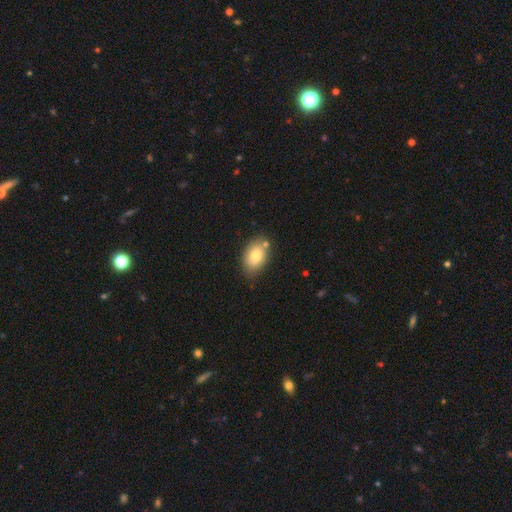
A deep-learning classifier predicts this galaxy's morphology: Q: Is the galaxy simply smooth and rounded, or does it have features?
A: smooth — 79%.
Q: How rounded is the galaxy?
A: in between — 85%.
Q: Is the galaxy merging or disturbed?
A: none — 71%.